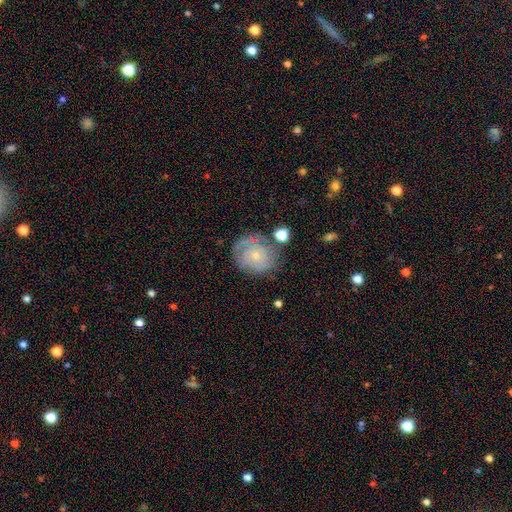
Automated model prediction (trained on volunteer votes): Smooth or featured: featured or disk — 57% (smooth — 34%)
Edge-on disk: no — 97% (yes — 3%)
Bar: no — 83% (weak — 14%)
Spiral arms: yes — 75% (no — 25%)
Bulge size: small — 71% (moderate — 23%)
Merging: none — 65% (minor disturbance — 20%)